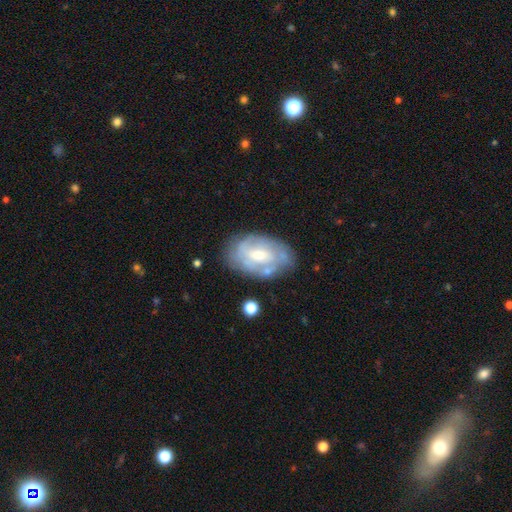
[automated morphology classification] Smooth or featured?
  - featured or disk: 64% *
  - smooth: 28%
  - star or artifact: 8%
Edge-on disk?
  - no: 95% *
  - yes: 5%
Bar?
  - weak: 45% *
  - no: 41%
  - strong: 14%
Spiral arms?
  - yes: 66% *
  - no: 34%
Bulge size?
  - moderate: 55% *
  - small: 35%
  - large: 6%
  - none: 3%
  - dominant: 1%
Merging?
  - none: 68% *
  - minor disturbance: 21%
  - major disturbance: 7%
  - merger: 4%